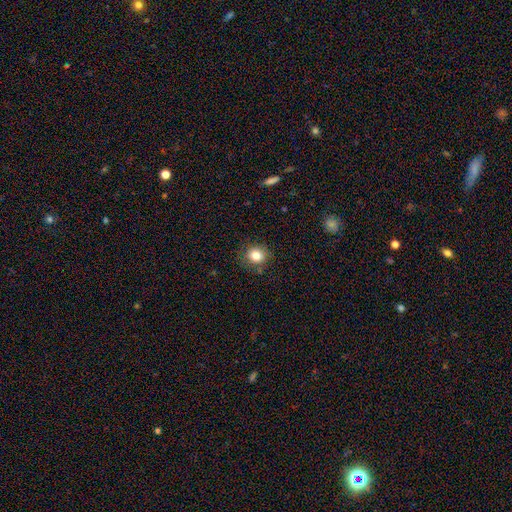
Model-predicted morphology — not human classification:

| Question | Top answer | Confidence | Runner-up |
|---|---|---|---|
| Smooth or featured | smooth | 82% | star or artifact (11%) |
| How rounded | round | 81% | in between (18%) |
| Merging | none | 83% | minor disturbance (12%) |